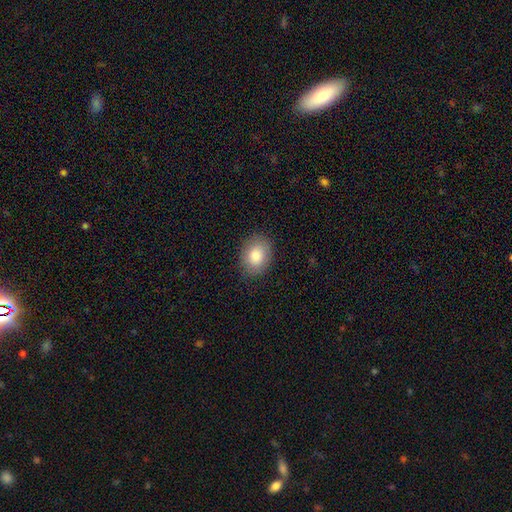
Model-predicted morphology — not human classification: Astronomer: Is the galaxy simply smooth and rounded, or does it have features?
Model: smooth — 82%.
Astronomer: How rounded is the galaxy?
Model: in between — 66%.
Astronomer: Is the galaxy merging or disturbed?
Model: none — 86%.